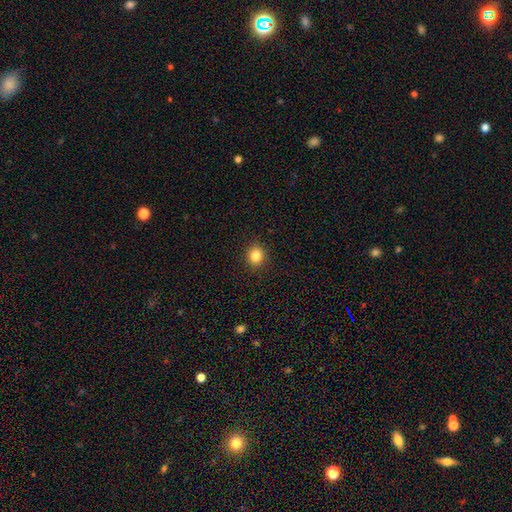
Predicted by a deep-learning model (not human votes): smooth_or_featured: smooth (p=0.84) [alt: star or artifact p=0.11]
how_rounded: round (p=0.75) [alt: in between p=0.24]
merging: none (p=0.91) [alt: minor disturbance p=0.06]